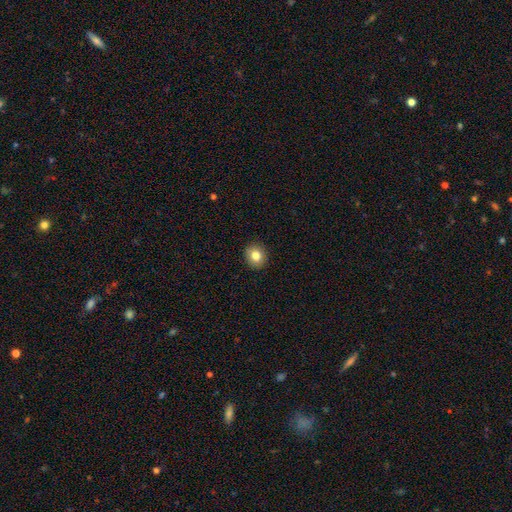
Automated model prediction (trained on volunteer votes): A smooth galaxy with no disk features (82%) that is round (80%). Merging: none (91%).